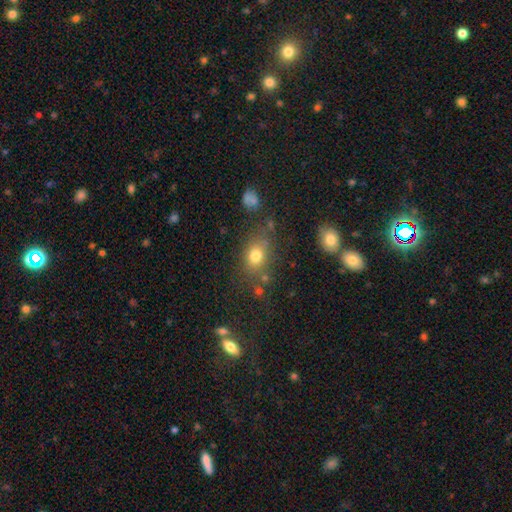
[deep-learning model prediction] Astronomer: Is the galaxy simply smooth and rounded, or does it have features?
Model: smooth — 75%.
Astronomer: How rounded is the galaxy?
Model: in between — 59% (runner-up: round, 39%).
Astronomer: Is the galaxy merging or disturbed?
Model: none — 69%.